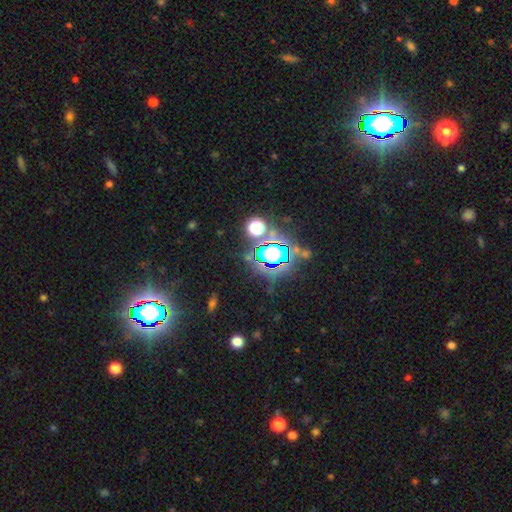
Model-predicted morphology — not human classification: A star or artifact, not a galaxy (81%).